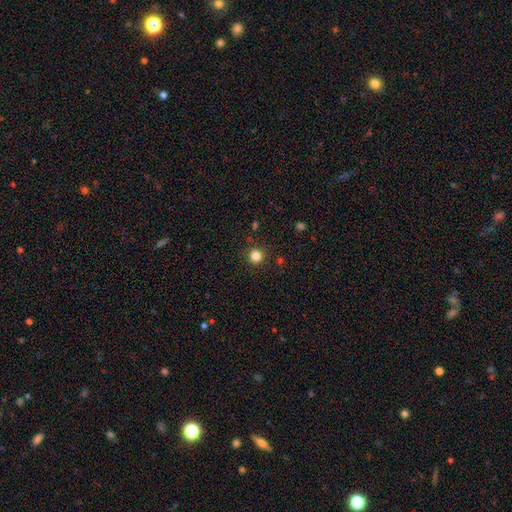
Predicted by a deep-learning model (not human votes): Smooth or featured: smooth — 83% (star or artifact — 13%)
How rounded: round — 94% (in between — 5%)
Merging: none — 91% (minor disturbance — 6%)